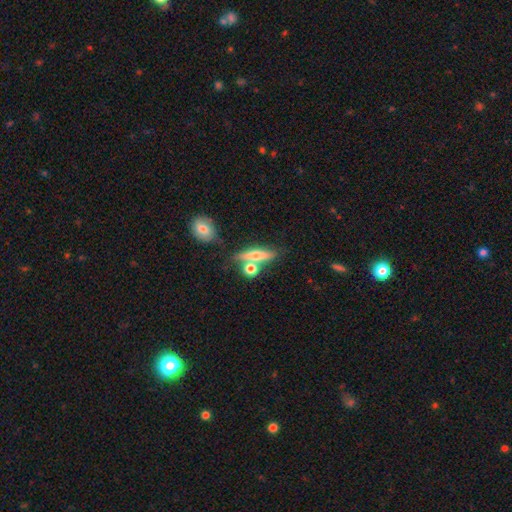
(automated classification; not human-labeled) This is possibly a smooth galaxy (57%). How rounded: likely cigar-shaped (61%). Merging: possibly none (59%).